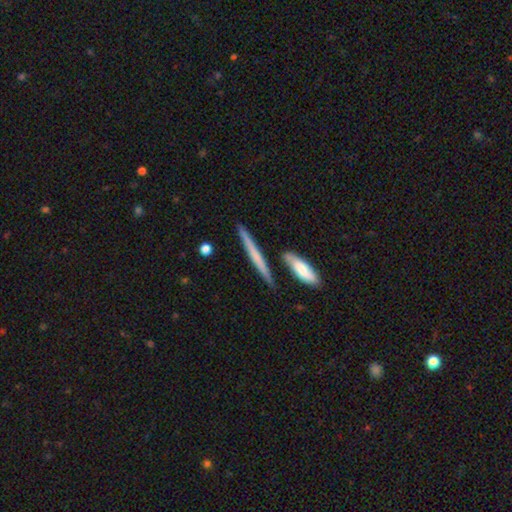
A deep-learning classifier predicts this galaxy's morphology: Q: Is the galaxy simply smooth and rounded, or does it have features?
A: smooth — 50%.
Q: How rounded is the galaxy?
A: cigar-shaped — 93%.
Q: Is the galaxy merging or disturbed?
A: none — 78%.